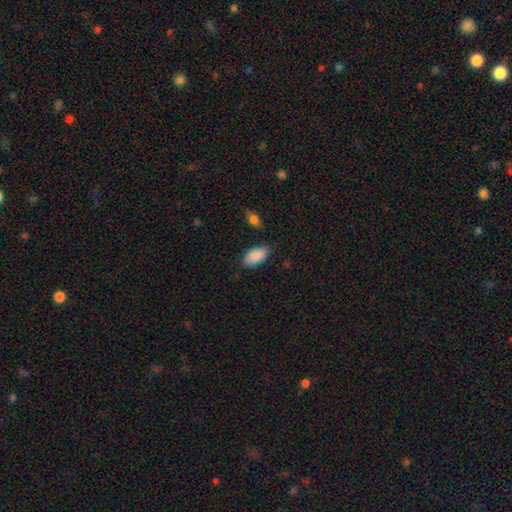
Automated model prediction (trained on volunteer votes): smooth_or_featured: smooth (p=0.90) [alt: star or artifact p=0.06]
how_rounded: in between (p=0.95) [alt: round p=0.03]
merging: none (p=0.81) [alt: minor disturbance p=0.14]